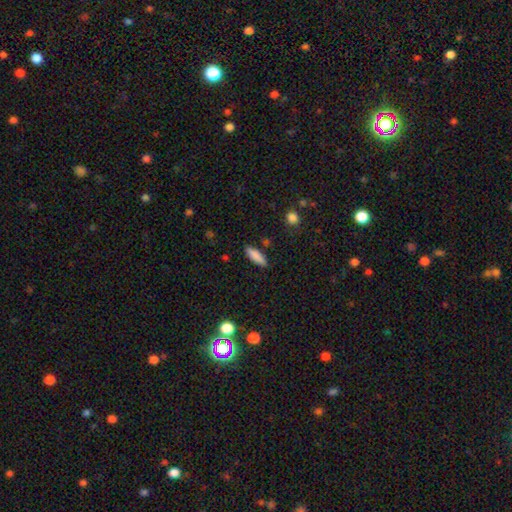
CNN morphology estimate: The model was most divided on "how rounded": cigar-shaped: 51%, in between: 47%, round: 2%. More confident: merging — none (86%); smooth or featured — smooth (86%).